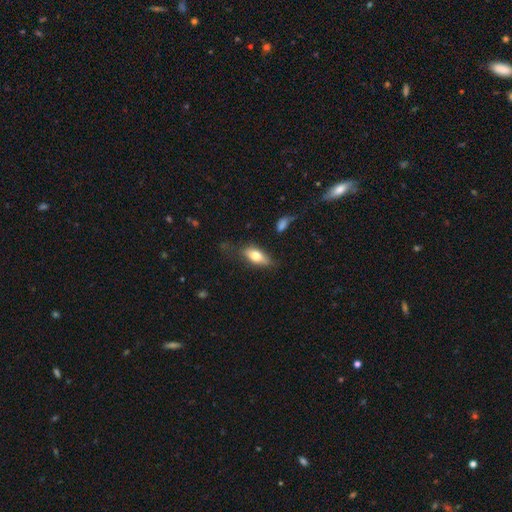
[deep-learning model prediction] This is likely a smooth galaxy (74%). How rounded: clearly in between (83%). Merging: likely none (66%).